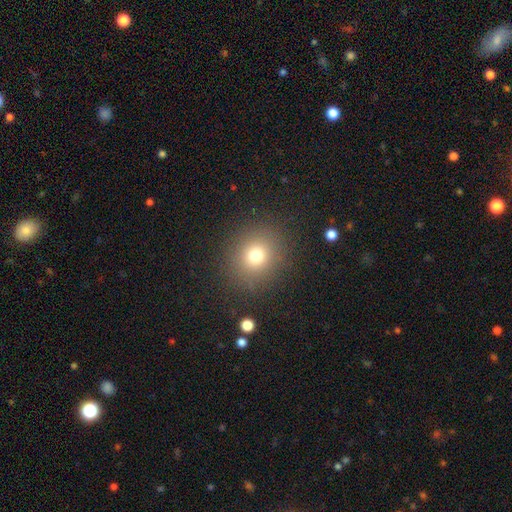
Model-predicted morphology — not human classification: Smooth or featured?
  - smooth: 73% *
  - star or artifact: 17%
  - featured or disk: 10%
How rounded?
  - round: 85% *
  - in between: 14%
  - cigar-shaped: 1%
Merging?
  - none: 88% *
  - minor disturbance: 7%
  - major disturbance: 4%
  - merger: 1%